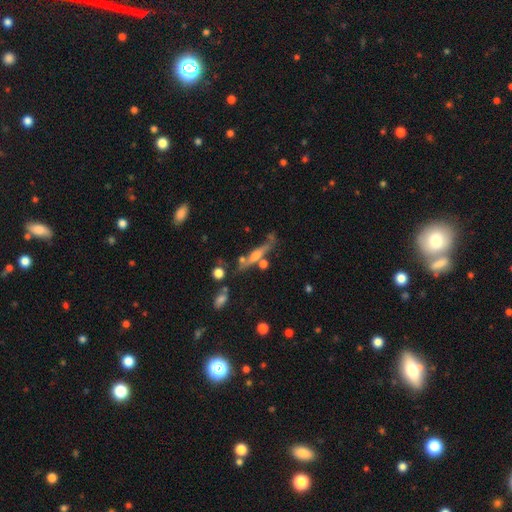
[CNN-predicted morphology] type=featured or disk (59%); edge-on=yes (88%); edge-on bulge=rounded (67%); merging=none (61%).